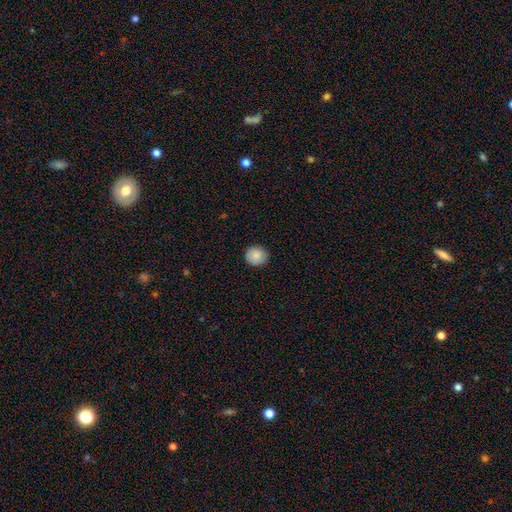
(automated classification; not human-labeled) Smooth or featured: smooth — 85% (featured or disk — 8%)
How rounded: round — 89% (in between — 10%)
Merging: none — 89% (minor disturbance — 8%)